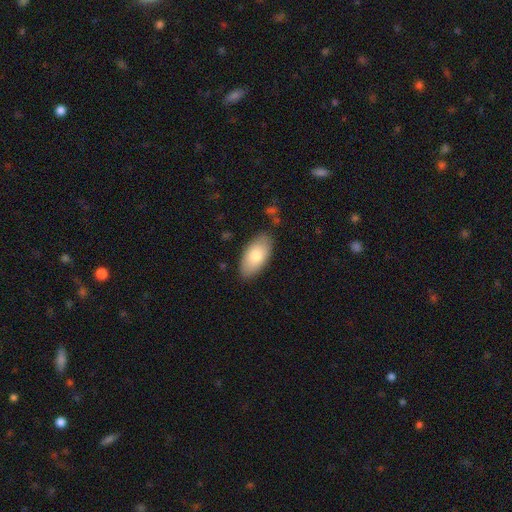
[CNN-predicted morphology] Smooth or featured: smooth — 78% (featured or disk — 16%)
How rounded: in between — 94% (cigar-shaped — 3%)
Merging: none — 84% (minor disturbance — 12%)